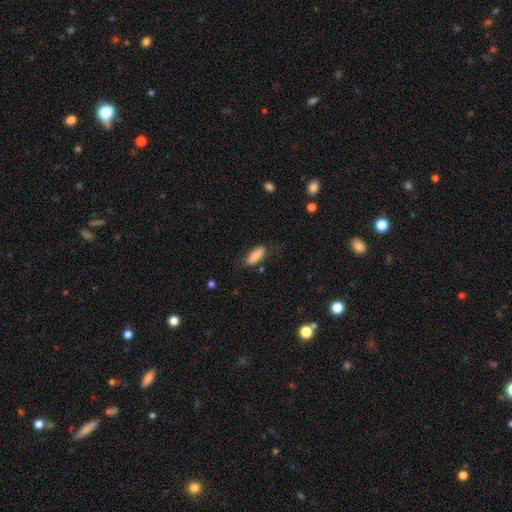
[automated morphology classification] smooth 77%, featured or disk 16%, star or artifact 7%. Down the decision tree: how rounded — in between (68%); merging — none (70%).